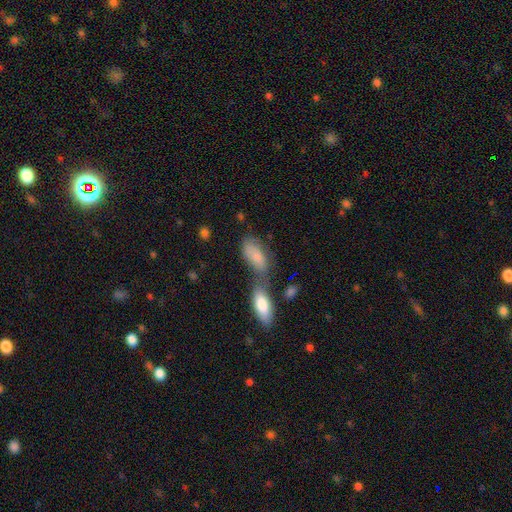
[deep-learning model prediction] The model was most divided on "merging": merger: 51%, none: 29%, minor disturbance: 14%, major disturbance: 7%. More confident: how rounded — in between (86%); smooth or featured — smooth (80%).